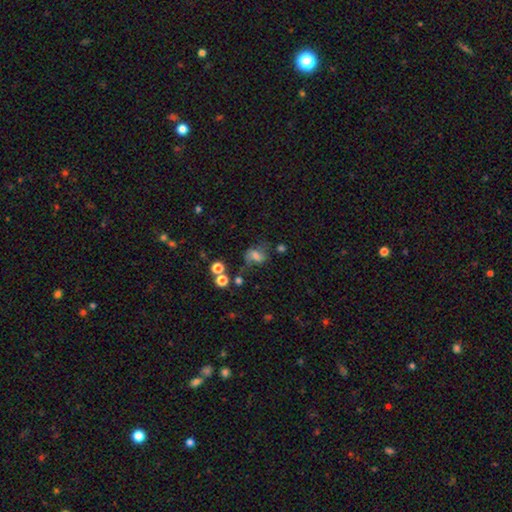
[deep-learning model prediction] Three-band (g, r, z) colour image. It shows a smooth galaxy with no disk features (56%) that is in between round and cigar-shaped (59%). Merging: none (48%).